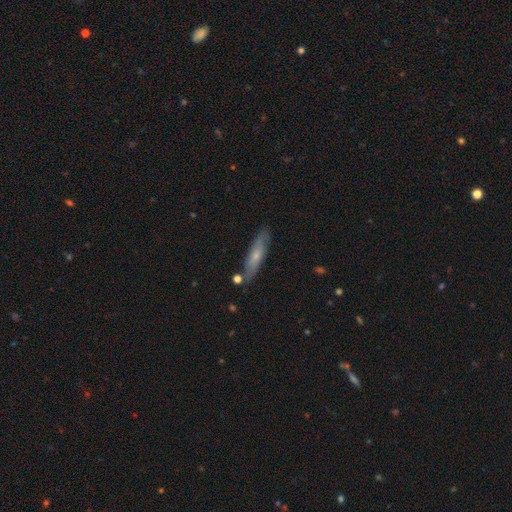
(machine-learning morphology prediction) smooth_or_featured: smooth (p=0.53) [alt: featured or disk p=0.41]
how_rounded: cigar-shaped (p=0.79) [alt: in between p=0.19]
merging: none (p=0.81) [alt: minor disturbance p=0.13]